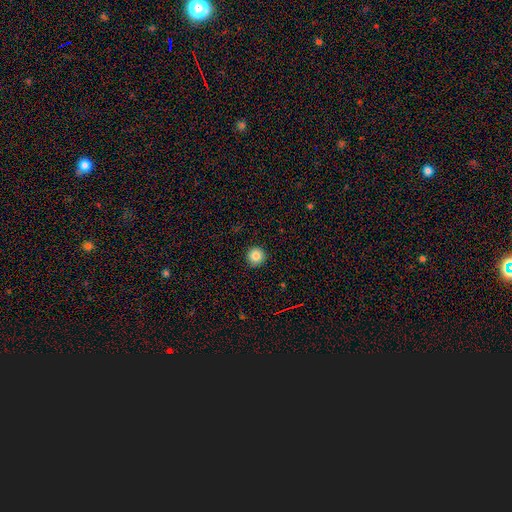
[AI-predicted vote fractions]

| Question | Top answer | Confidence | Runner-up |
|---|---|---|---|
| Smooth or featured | smooth | 84% | star or artifact (11%) |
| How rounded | round | 96% | in between (3%) |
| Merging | none | 93% | minor disturbance (5%) |